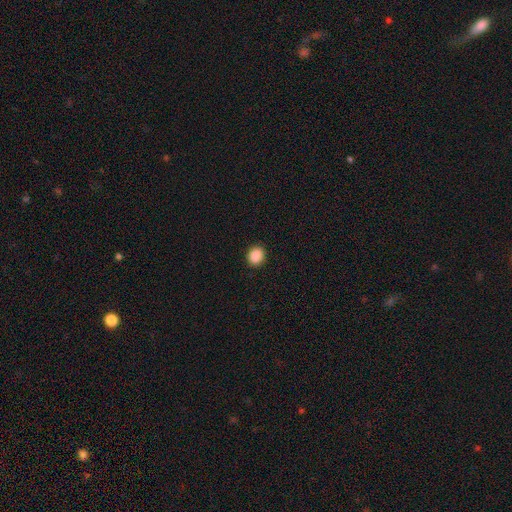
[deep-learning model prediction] smooth 89%, star or artifact 8%, featured or disk 3%. Down the decision tree: how rounded — round (69%); merging — none (91%).